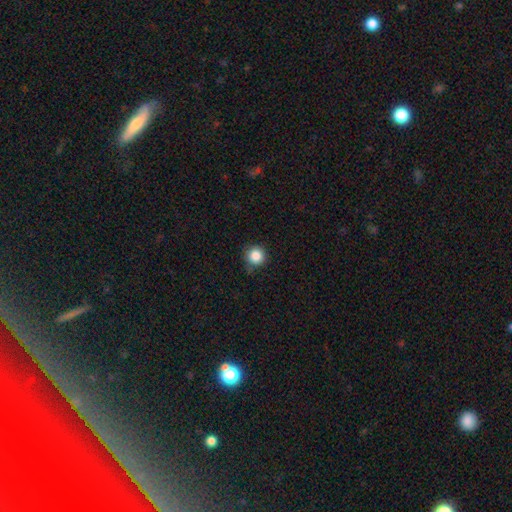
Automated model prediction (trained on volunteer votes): Smooth or featured? Predicted: smooth (p=0.86). How rounded? Predicted: round (p=0.95). Merging? Predicted: none (p=0.85).